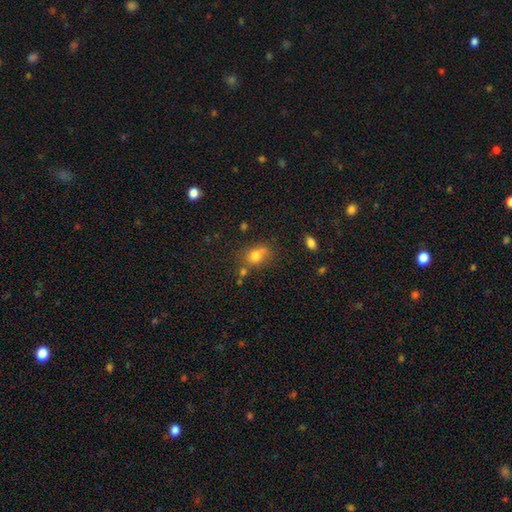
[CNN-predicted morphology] Q: Smooth or featured?
A: smooth (78%); runner-up: star or artifact (12%)
Q: How rounded?
A: in between (50%); runner-up: round (49%)
Q: Merging?
A: none (52%); runner-up: minor disturbance (21%)